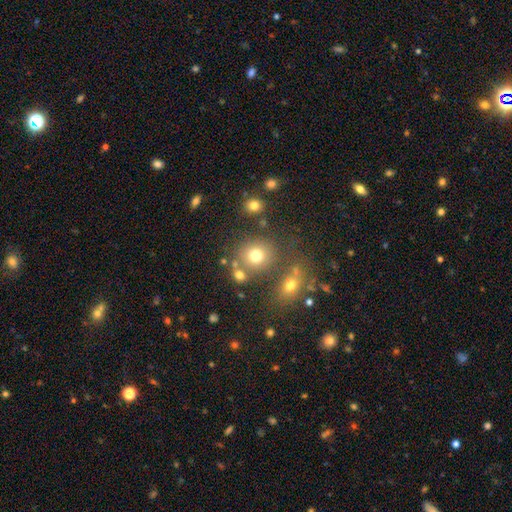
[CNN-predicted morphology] smooth-or-featured: smooth: 74% | star or artifact: 17% | featured or disk: 9%
  how-rounded: round: 81% | in between: 18% | cigar-shaped: 1%
  merging: none: 70% | merger: 14% | minor disturbance: 11% | major disturbance: 5%